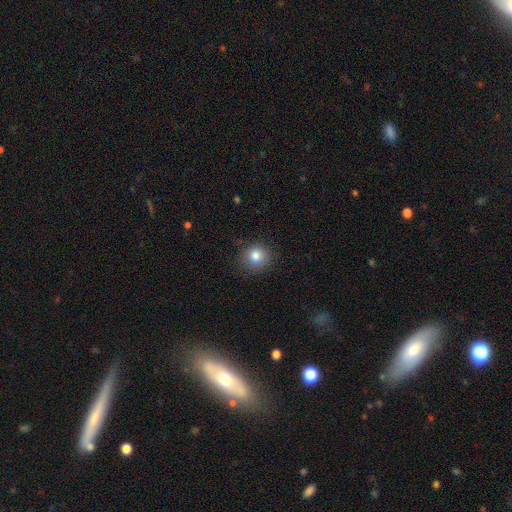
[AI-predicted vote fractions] This appears to be a smooth galaxy with no disk features (83%) that is round (88%). Merging: none (84%).